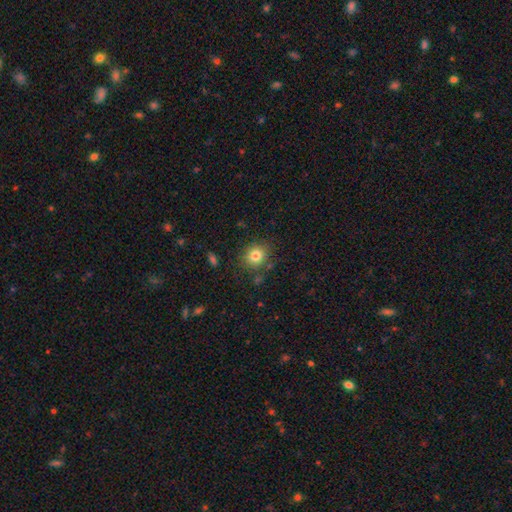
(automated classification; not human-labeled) A smooth galaxy with no disk features (82%) that is round (77%).

Vote fractions:
- Smooth or featured? smooth: 82% / star or artifact: 11% / featured or disk: 7%
- How rounded? round: 77% / in between: 22% / cigar-shaped: 1%
- Merging? none: 81% / minor disturbance: 12% / major disturbance: 4% / merger: 4%